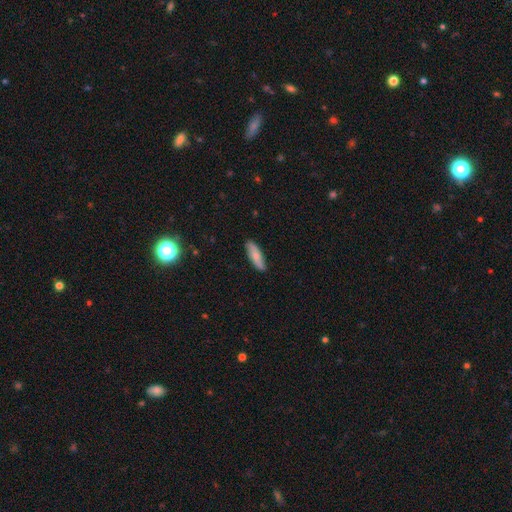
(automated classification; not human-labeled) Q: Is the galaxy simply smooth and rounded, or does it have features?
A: smooth — 72%.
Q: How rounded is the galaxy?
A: cigar-shaped — 53%.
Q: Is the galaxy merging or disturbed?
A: none — 86%.